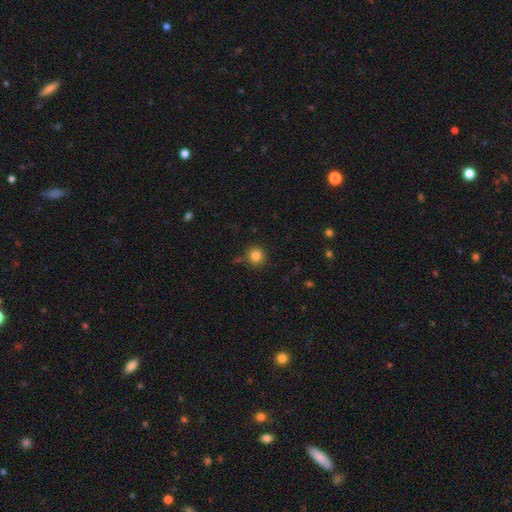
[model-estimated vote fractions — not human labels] smooth_or_featured: smooth (p=0.83) [alt: star or artifact p=0.12]
how_rounded: round (p=0.93) [alt: in between p=0.06]
merging: none (p=0.80) [alt: minor disturbance p=0.12]